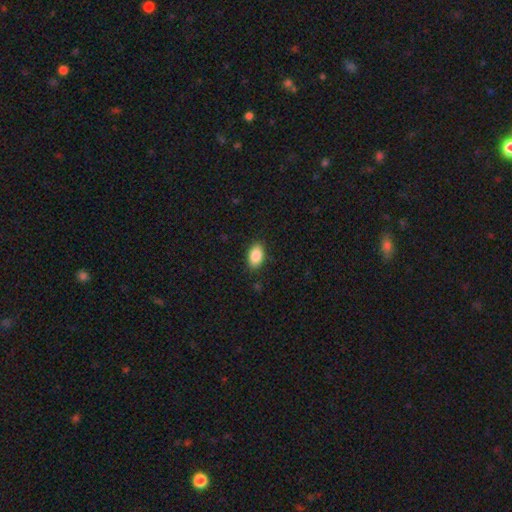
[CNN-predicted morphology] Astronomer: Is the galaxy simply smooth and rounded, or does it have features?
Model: smooth — 87%.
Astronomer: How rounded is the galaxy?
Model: in between — 91%.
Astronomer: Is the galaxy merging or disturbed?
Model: none — 87%.